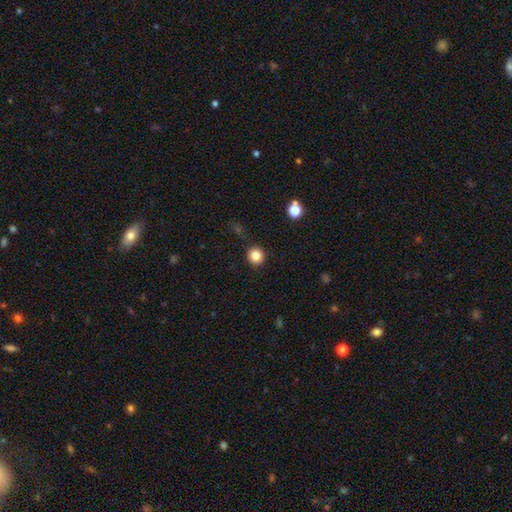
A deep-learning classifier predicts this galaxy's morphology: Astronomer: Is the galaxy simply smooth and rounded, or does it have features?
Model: smooth — 84%.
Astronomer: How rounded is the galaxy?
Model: round — 93%.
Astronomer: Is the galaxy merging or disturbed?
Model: none — 91%.